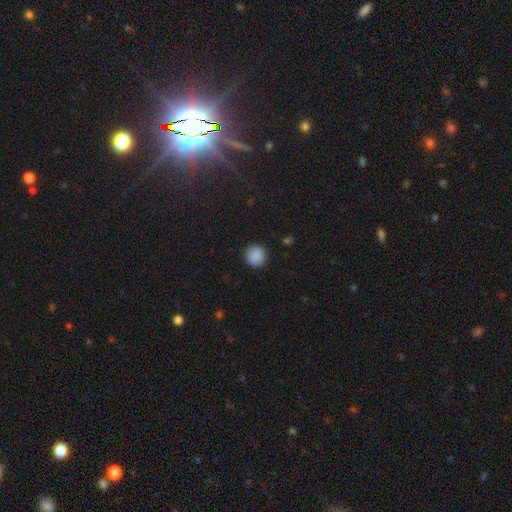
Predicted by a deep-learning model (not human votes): Q: Smooth or featured?
A: smooth (89%); runner-up: star or artifact (9%)
Q: How rounded?
A: round (94%); runner-up: in between (5%)
Q: Merging?
A: none (92%); runner-up: minor disturbance (6%)